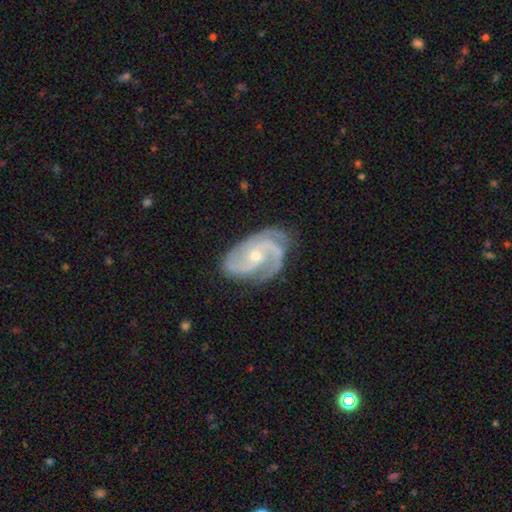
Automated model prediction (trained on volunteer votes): Smooth or featured?
  - featured or disk: 90% *
  - smooth: 5%
  - star or artifact: 5%
Edge-on disk?
  - no: 97% *
  - yes: 3%
Bar?
  - no: 60% *
  - weak: 31%
  - strong: 9%
Spiral arms?
  - yes: 98% *
  - no: 2%
Spiral winding?
  - medium: 51% *
  - tight: 34%
  - loose: 15%
Spiral arm count?
  - 2: 44% *
  - 3: 37%
  - can't tell: 8%
  - 4: 4%
  - 1: 4%
  - more than 4: 3%
Bulge size?
  - small: 61% *
  - moderate: 37%
  - large: 1%
  - none: 1%
  - dominant: 1%
Merging?
  - none: 67% *
  - minor disturbance: 22%
  - major disturbance: 9%
  - merger: 2%